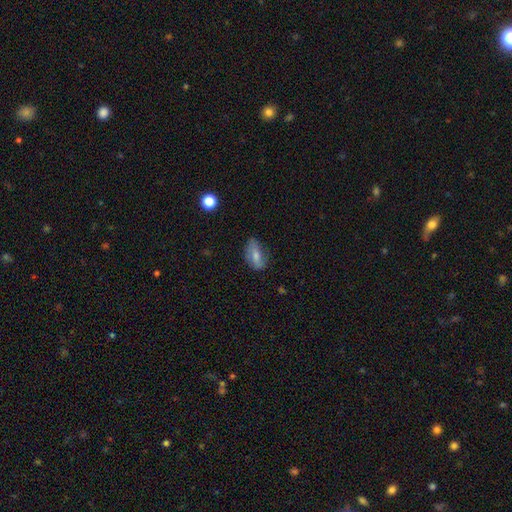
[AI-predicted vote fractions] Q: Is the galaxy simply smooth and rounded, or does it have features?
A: smooth — 67%.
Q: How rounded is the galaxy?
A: in between — 86%.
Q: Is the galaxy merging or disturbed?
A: none — 66%.